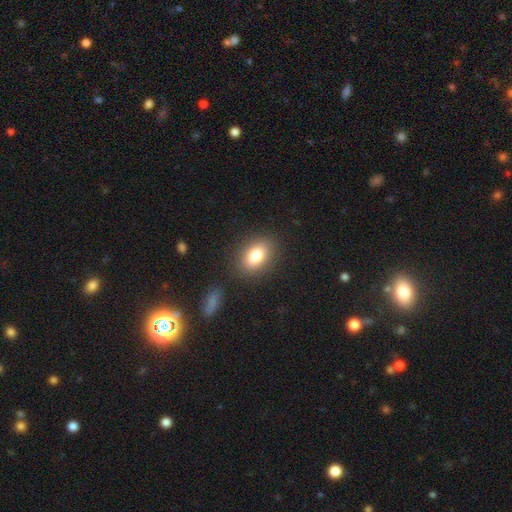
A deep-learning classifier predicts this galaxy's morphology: A smooth galaxy with no disk features (81%) that is in between round and cigar-shaped (81%). Merging: none (85%).